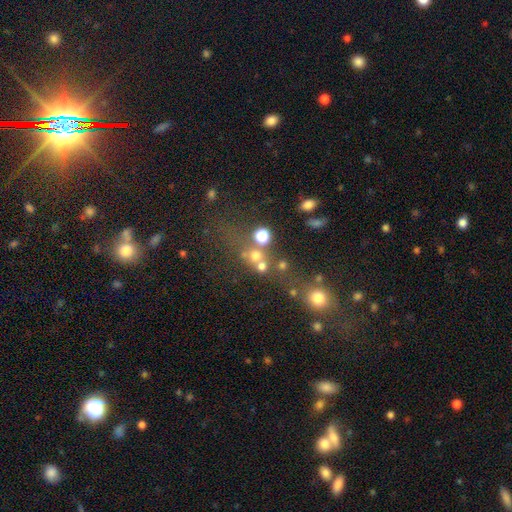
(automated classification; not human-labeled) A smooth galaxy with no disk features (55%) that is round (79%). Merging: none (48%).